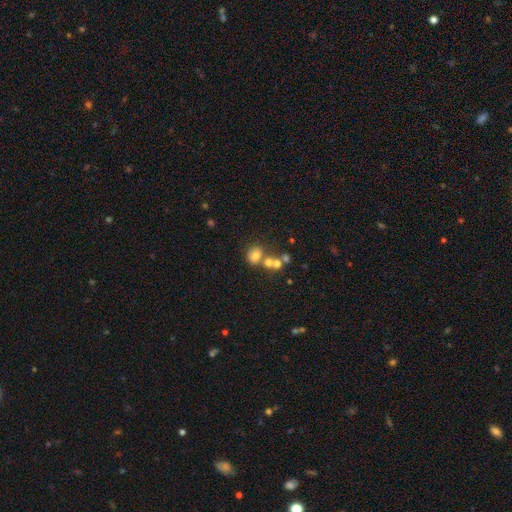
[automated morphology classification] smooth_or_featured: smooth (p=0.69) [alt: featured or disk p=0.17]
how_rounded: round (p=0.67) [alt: in between p=0.32]
merging: none (p=0.43) [alt: merger p=0.40]